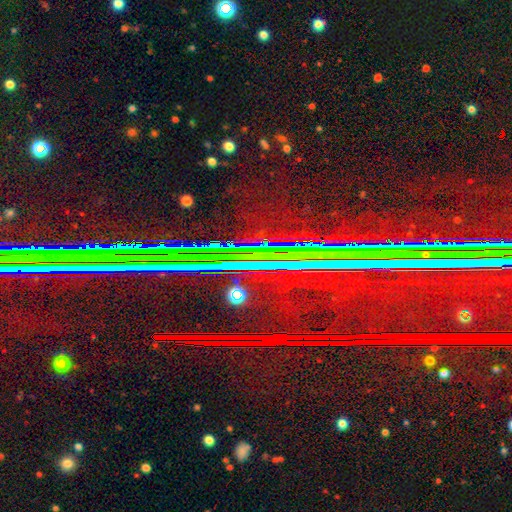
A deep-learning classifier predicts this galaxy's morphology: This is clearly a star or artifact rather than a galaxy (85%).